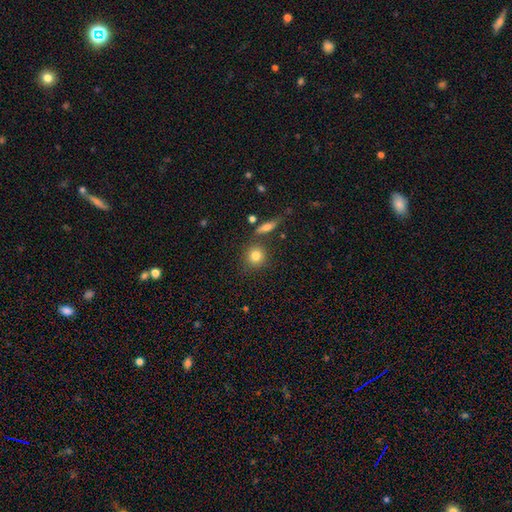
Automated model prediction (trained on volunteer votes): smooth 81%, star or artifact 10%, featured or disk 9%. Down the decision tree: how rounded — round (86%); merging — none (78%).